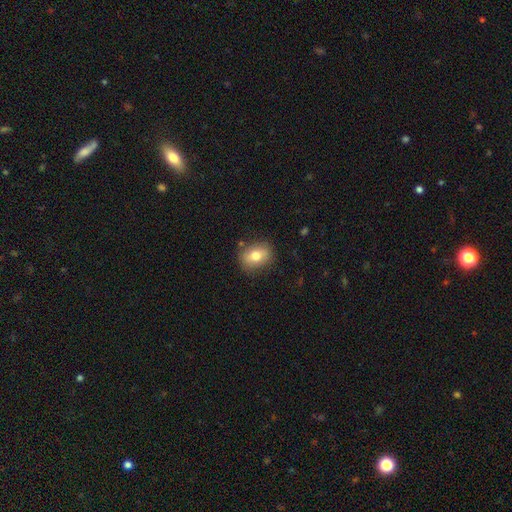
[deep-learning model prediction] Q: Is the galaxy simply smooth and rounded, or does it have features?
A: smooth — 77%.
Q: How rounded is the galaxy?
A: in between — 61%.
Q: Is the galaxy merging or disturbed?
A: none — 82%.